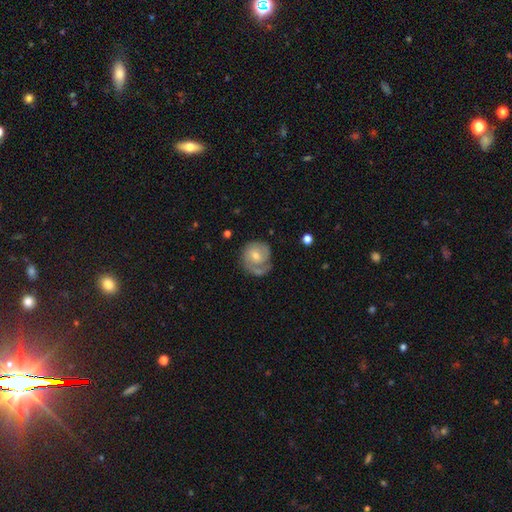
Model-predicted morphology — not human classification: type=featured or disk (70%); edge-on=no (98%); bar=no (67%); spiral arms=yes (88%); winding=tight (57%); arm count=1 (40%); bulge=moderate (48%); merging=none (65%).